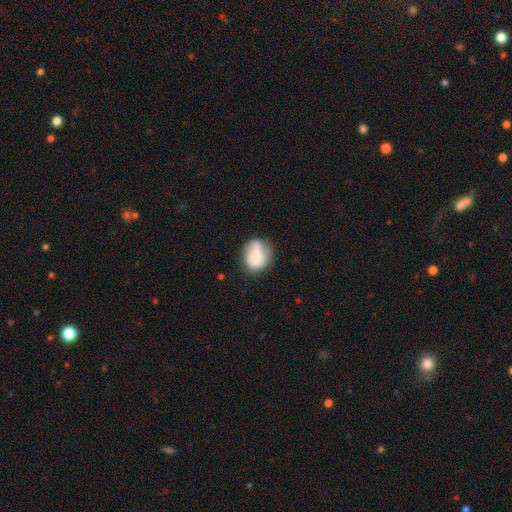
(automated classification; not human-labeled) Morphology: type=smooth (54%); roundness=round (56%); merging=none (61%).